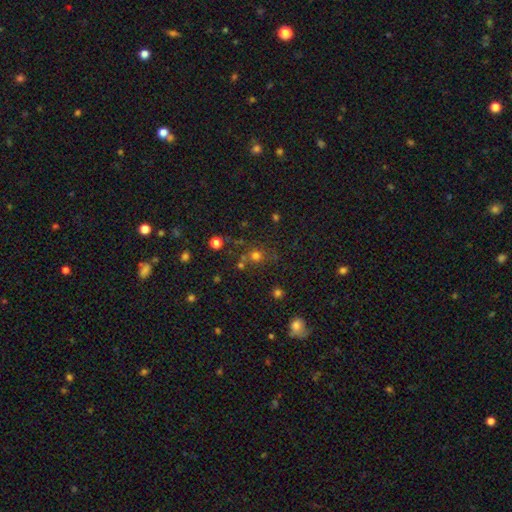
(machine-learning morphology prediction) A smooth galaxy with no disk features (67%) that is round (88%). Merging: none (67%).